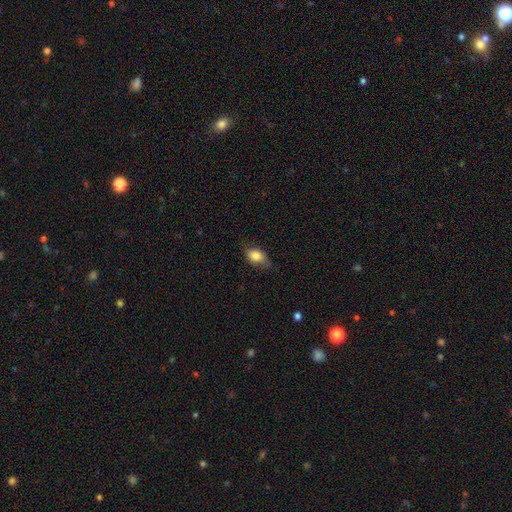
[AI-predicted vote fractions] This appears to be a smooth galaxy with no disk features (81%) that is in between round and cigar-shaped (80%). Merging: none (65%).